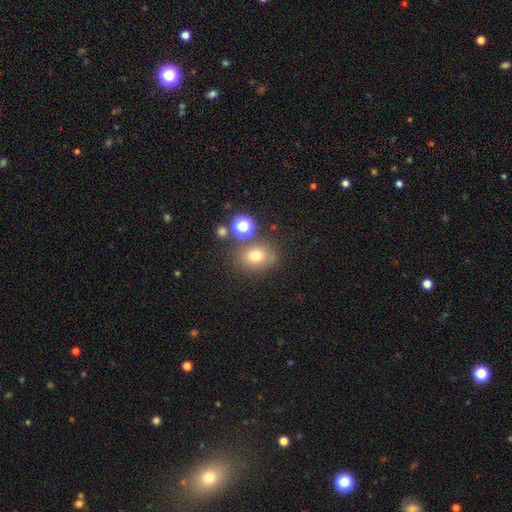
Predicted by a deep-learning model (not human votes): Morphology: type=smooth (73%); roundness=round (52%); merging=none (70%).